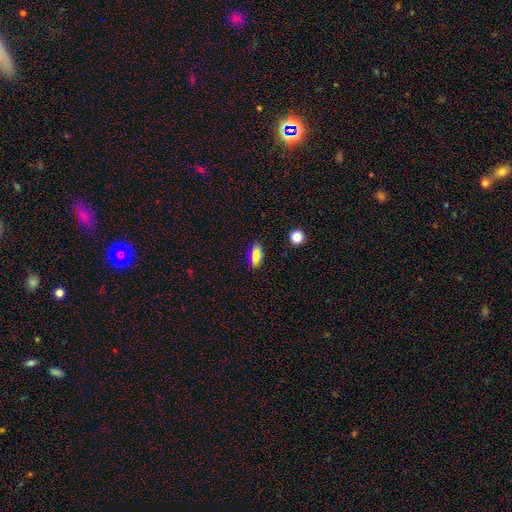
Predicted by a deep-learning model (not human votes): This is likely a smooth galaxy (63%). How rounded: likely in between (68%). Merging: clearly none (83%).